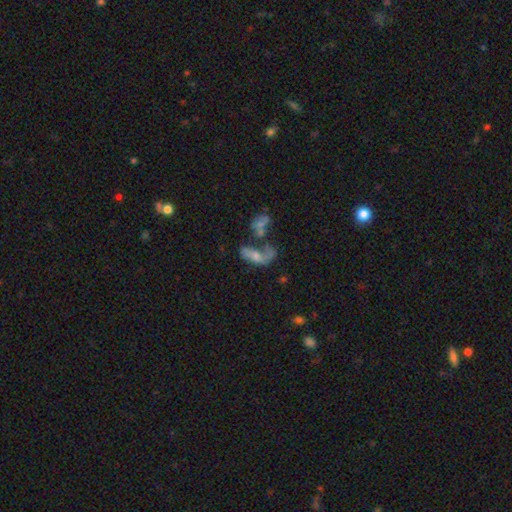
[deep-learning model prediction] Smooth or featured?
  - smooth: 44% *
  - featured or disk: 43%
  - star or artifact: 13%
Merging?
  - merger: 42% *
  - major disturbance: 27%
  - none: 19%
  - minor disturbance: 12%